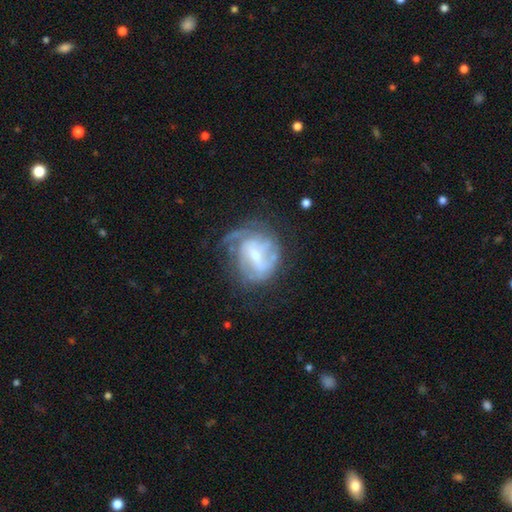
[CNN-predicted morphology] type=featured or disk (73%); edge-on=no (97%); bar=weak (49%); spiral arms=yes (79%); winding=tight (44%); arm count=can't tell (42%); bulge=small (58%); merging=none (47%).